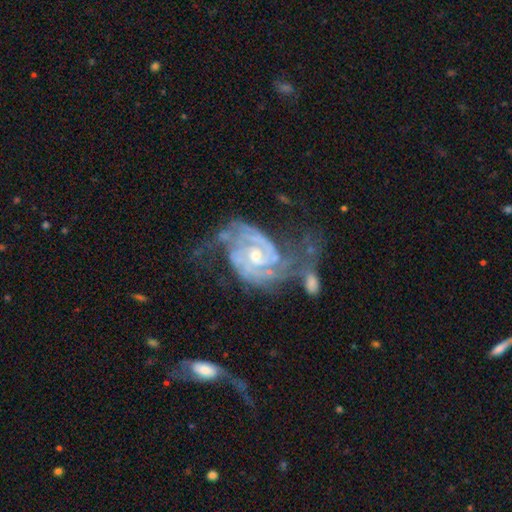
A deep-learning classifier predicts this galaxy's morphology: featured or disk 92%, star or artifact 5%, smooth 3%. Down the decision tree: edge-on disk — no (97%); bar — no (60%); spiral arms — yes (98%); spiral arm count — 2 (61%); spiral winding — tight (60%); bulge size — moderate (48%); merging — none (38%).